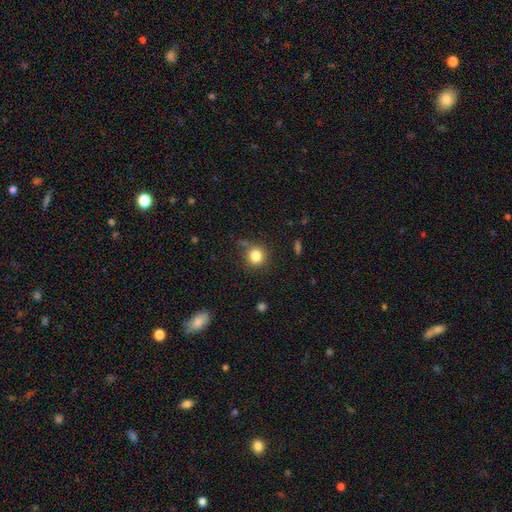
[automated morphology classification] A smooth galaxy with no disk features (83%) that is round (89%).

Vote fractions:
- Smooth or featured? smooth: 83% / star or artifact: 12% / featured or disk: 6%
- How rounded? round: 89% / in between: 10% / cigar-shaped: 1%
- Merging? none: 76% / minor disturbance: 15% / major disturbance: 5% / merger: 4%